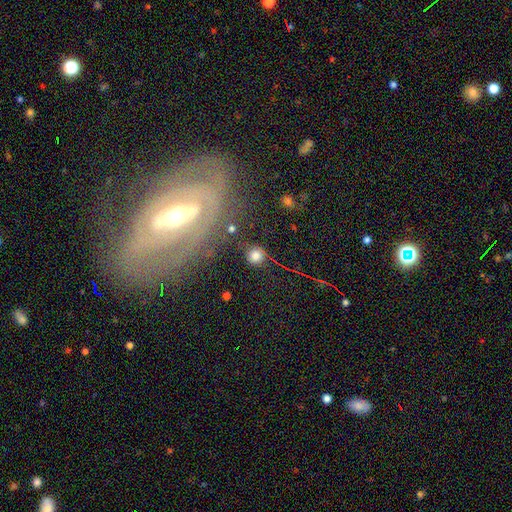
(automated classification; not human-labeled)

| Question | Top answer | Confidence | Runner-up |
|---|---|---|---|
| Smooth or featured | smooth | 77% | star or artifact (14%) |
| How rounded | round | 94% | in between (5%) |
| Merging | none | 84% | minor disturbance (9%) |